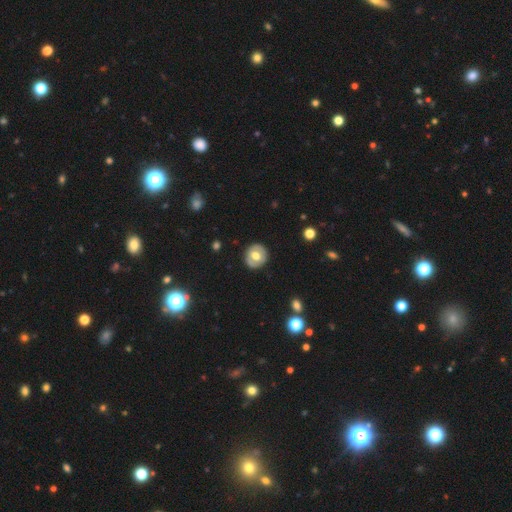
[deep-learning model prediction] smooth_or_featured: smooth (p=0.54) [alt: featured or disk p=0.39]
how_rounded: round (p=0.86) [alt: in between p=0.13]
merging: none (p=0.87) [alt: minor disturbance p=0.09]